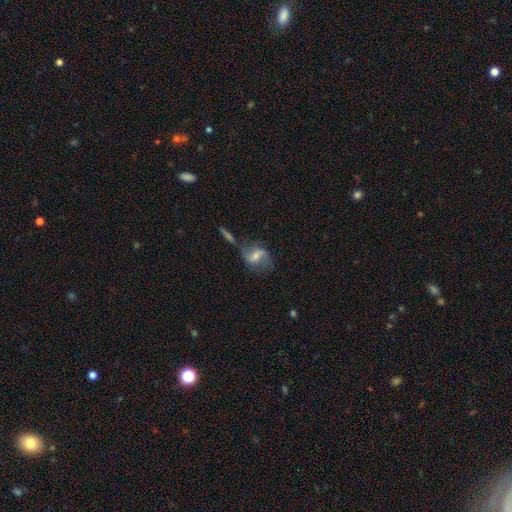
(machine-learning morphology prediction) Smooth or featured? Predicted: featured or disk (p=0.66). Edge-on disk? Predicted: no (p=0.95). Bar? Predicted: weak (p=0.50). Spiral arms? Predicted: yes (p=0.87). Spiral winding? Predicted: loose (p=0.56). Spiral arm count? Predicted: 2 (p=0.86). Bulge size? Predicted: moderate (p=0.48). Merging? Predicted: none (p=0.56).